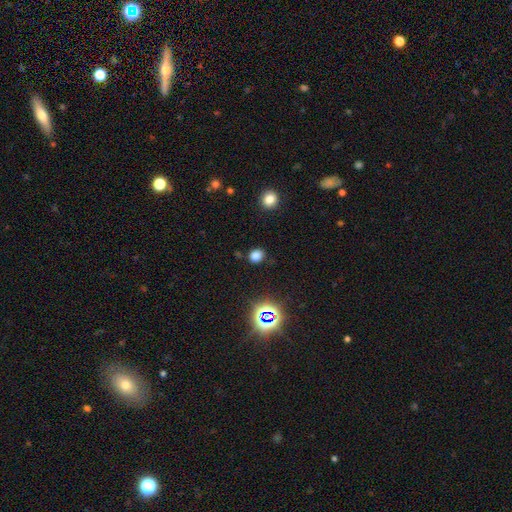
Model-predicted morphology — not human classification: Smooth or featured: smooth — 74% (star or artifact — 21%)
How rounded: round — 65% (in between — 34%)
Merging: none — 85% (minor disturbance — 9%)